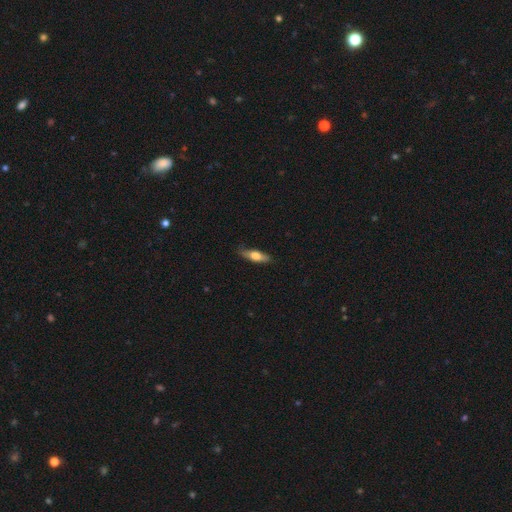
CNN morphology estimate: type=smooth (58%); roundness=cigar-shaped (54%); merging=none (80%).